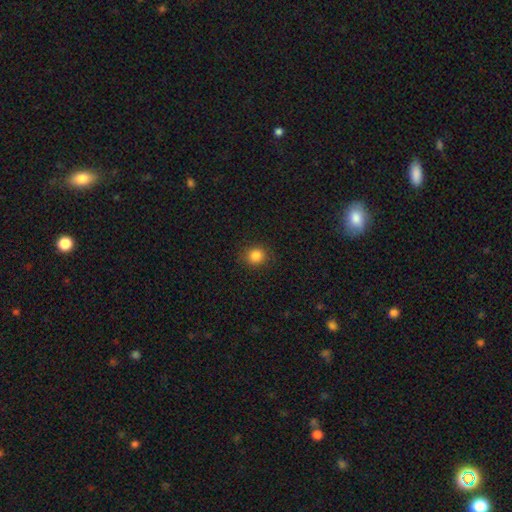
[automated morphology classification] Smooth or featured? Predicted: smooth (p=0.85). How rounded? Predicted: round (p=0.82). Merging? Predicted: none (p=0.89).